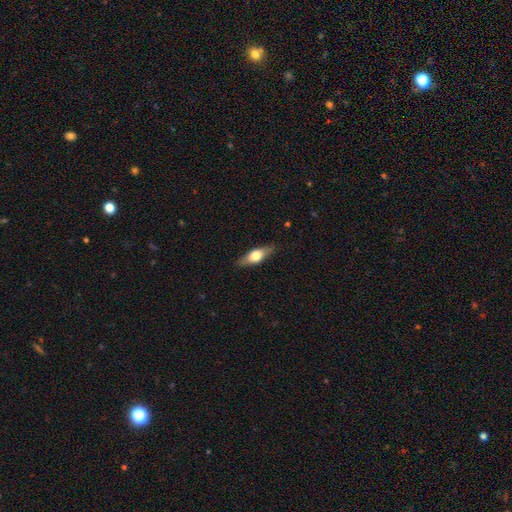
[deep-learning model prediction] Morphology: type=smooth (48%); merging=none (86%).